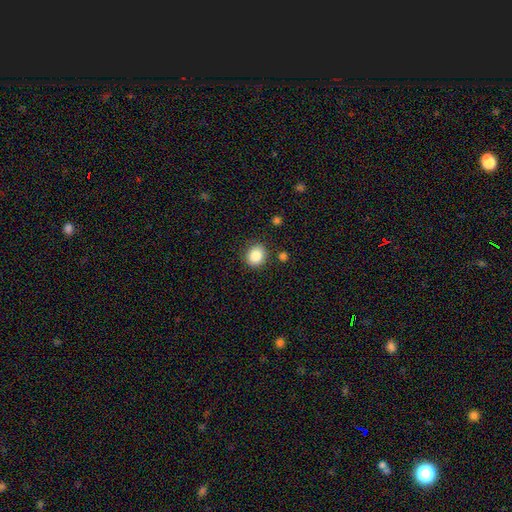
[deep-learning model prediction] Q: Smooth or featured?
A: smooth (86%); runner-up: star or artifact (9%)
Q: How rounded?
A: round (77%); runner-up: in between (22%)
Q: Merging?
A: none (84%); runner-up: minor disturbance (10%)